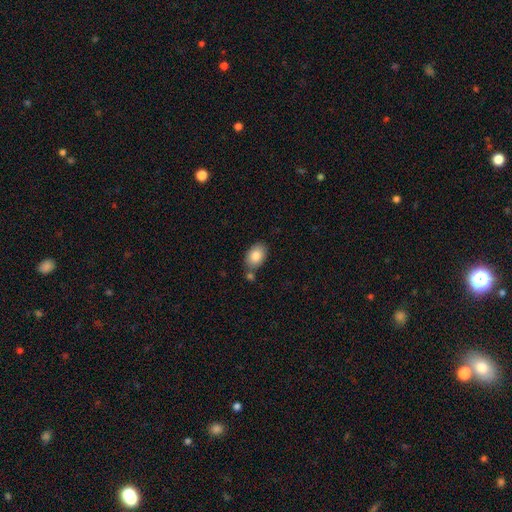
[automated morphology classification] This is clearly a smooth galaxy (84%). How rounded: clearly in between (85%). Merging: likely none (70%).